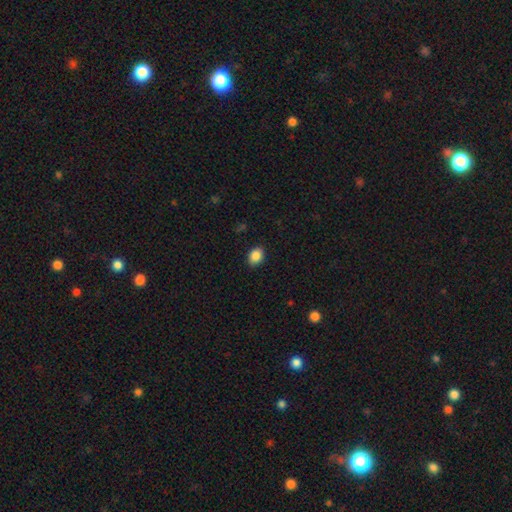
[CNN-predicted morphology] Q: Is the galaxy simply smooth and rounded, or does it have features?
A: smooth — 87%.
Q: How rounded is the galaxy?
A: in between — 70%.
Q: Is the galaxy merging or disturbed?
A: none — 88%.